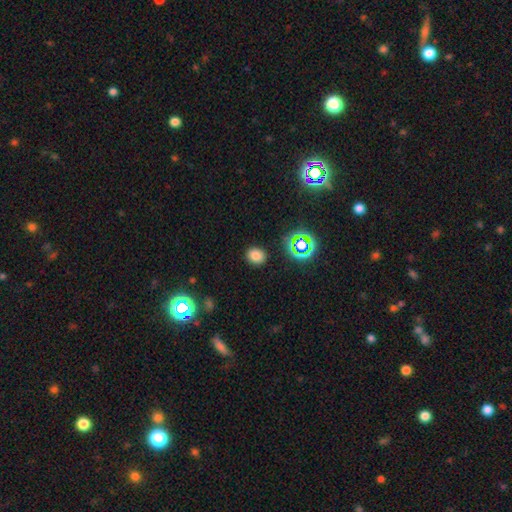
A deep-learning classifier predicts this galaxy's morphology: Smooth or featured: smooth — 76% (star or artifact — 18%)
How rounded: round — 62% (in between — 37%)
Merging: none — 88% (minor disturbance — 8%)